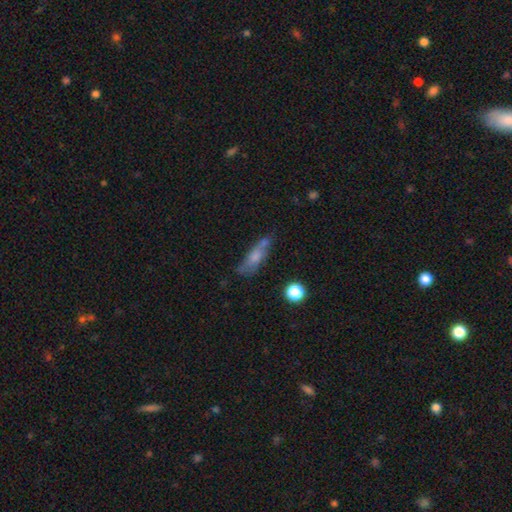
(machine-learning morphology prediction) This is likely a smooth galaxy (61%). How rounded: possibly cigar-shaped (50%). Merging: possibly none (51%).